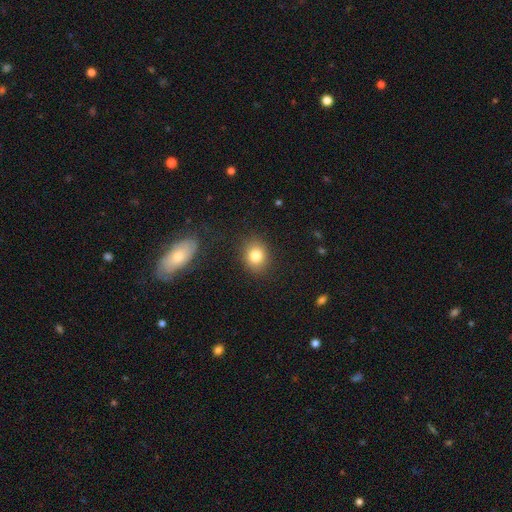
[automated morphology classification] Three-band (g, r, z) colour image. It shows a smooth galaxy with no disk features (82%) that is round (60%). Merging: none (86%).